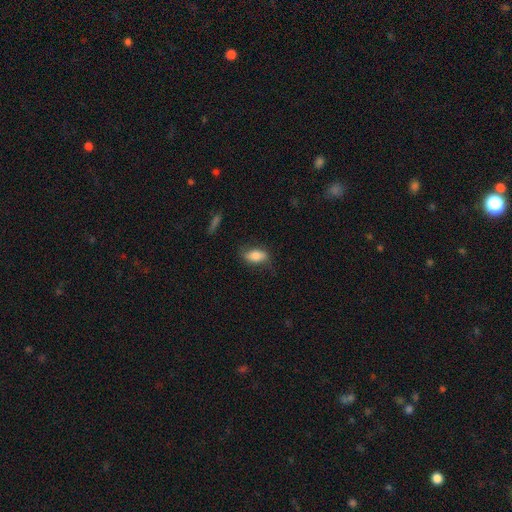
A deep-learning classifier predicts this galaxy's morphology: smooth 76%, featured or disk 17%, star or artifact 7%. Down the decision tree: how rounded — in between (88%); merging — none (66%).